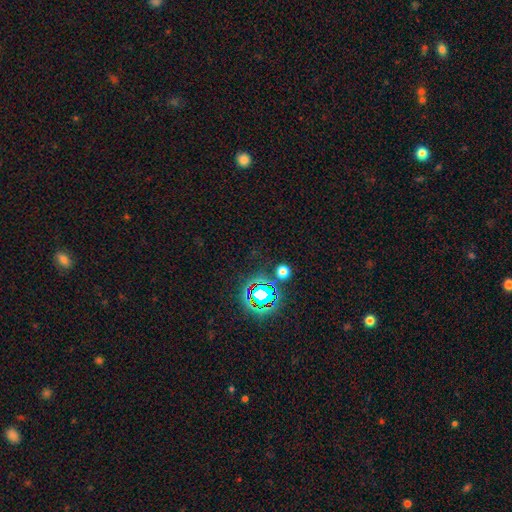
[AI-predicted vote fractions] Smooth or featured?
  - star or artifact: 77% *
  - smooth: 15%
  - featured or disk: 8%